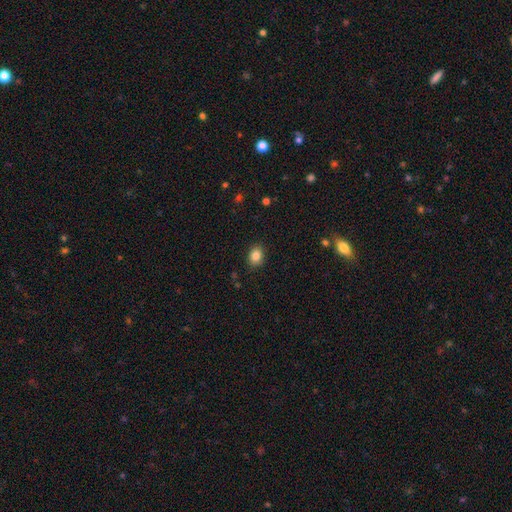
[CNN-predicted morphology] A smooth galaxy with no disk features (85%) that is in between round and cigar-shaped (58%). Merging: none (88%).